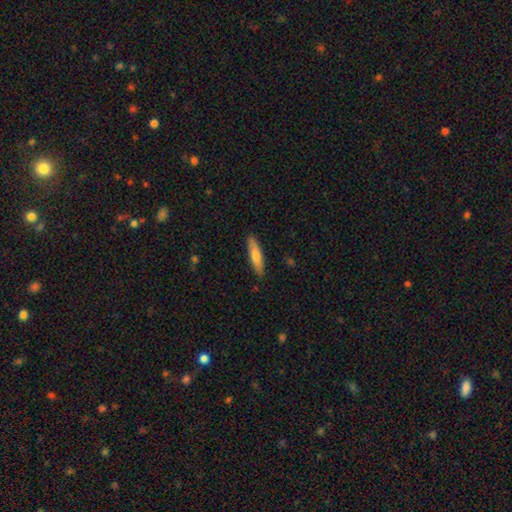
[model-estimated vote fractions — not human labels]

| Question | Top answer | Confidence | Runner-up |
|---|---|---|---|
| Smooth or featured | smooth | 71% | featured or disk (24%) |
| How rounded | cigar-shaped | 78% | in between (21%) |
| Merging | none | 88% | minor disturbance (9%) |